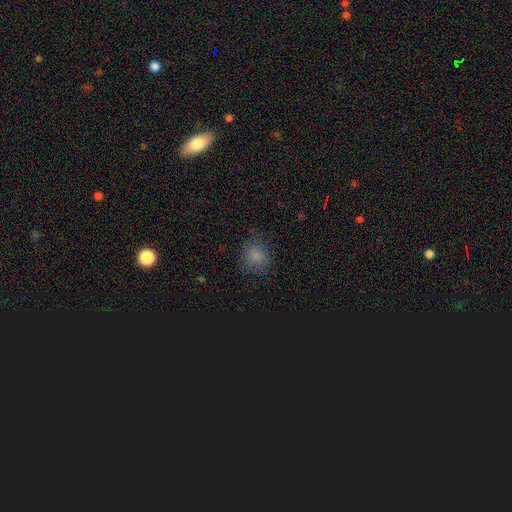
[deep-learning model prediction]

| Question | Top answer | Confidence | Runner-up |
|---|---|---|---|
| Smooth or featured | smooth | 76% | star or artifact (17%) |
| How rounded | round | 75% | in between (24%) |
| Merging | none | 77% | minor disturbance (16%) |